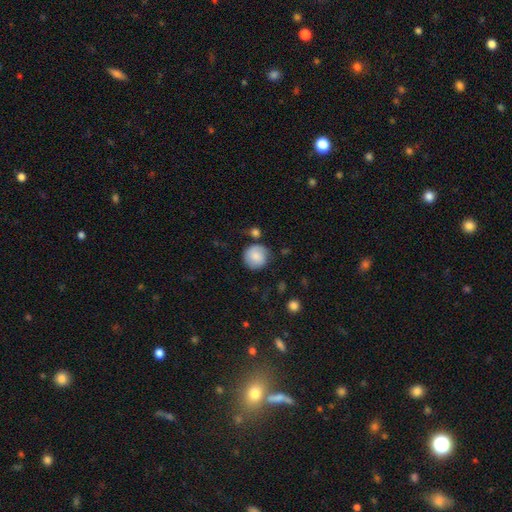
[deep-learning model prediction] Smooth or featured: smooth — 76% (featured or disk — 16%)
How rounded: round — 92% (in between — 7%)
Merging: none — 72% (minor disturbance — 17%)